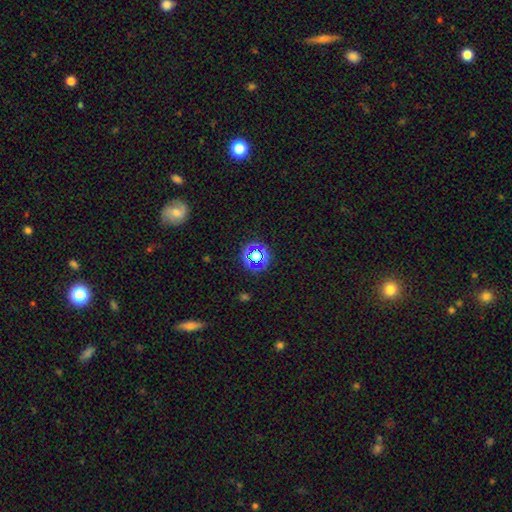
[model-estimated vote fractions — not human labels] Smooth or featured? star or artifact (61%)